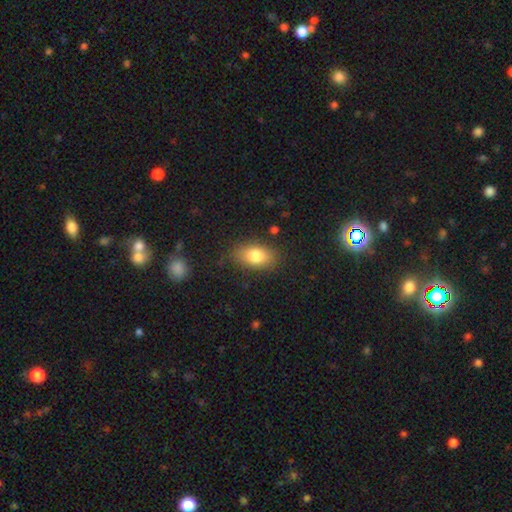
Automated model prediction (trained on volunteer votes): Smooth or featured?
  - smooth: 80% *
  - featured or disk: 12%
  - star or artifact: 8%
How rounded?
  - in between: 87% *
  - round: 10%
  - cigar-shaped: 3%
Merging?
  - none: 81% *
  - minor disturbance: 14%
  - major disturbance: 4%
  - merger: 2%